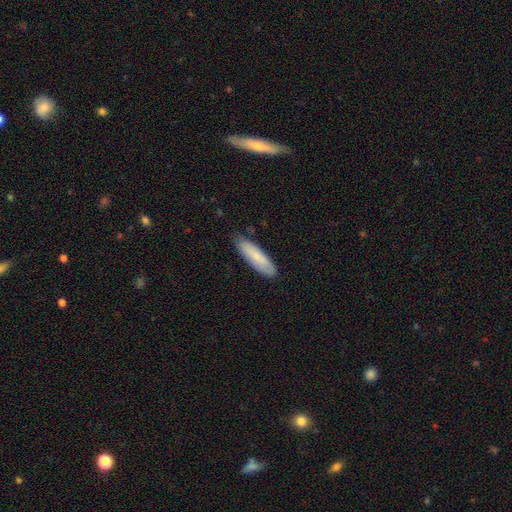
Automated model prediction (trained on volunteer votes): Q: Smooth or featured?
A: smooth (73%); runner-up: featured or disk (20%)
Q: How rounded?
A: cigar-shaped (63%); runner-up: in between (36%)
Q: Merging?
A: none (84%); runner-up: minor disturbance (13%)